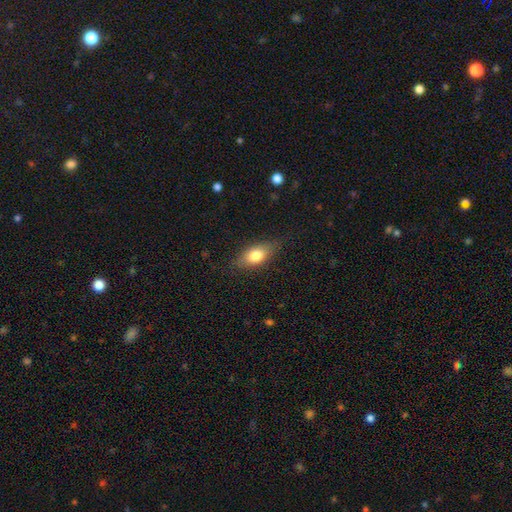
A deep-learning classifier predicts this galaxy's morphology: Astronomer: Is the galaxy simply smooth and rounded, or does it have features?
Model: smooth — 78%.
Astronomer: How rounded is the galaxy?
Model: in between — 84%.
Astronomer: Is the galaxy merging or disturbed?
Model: none — 80%.